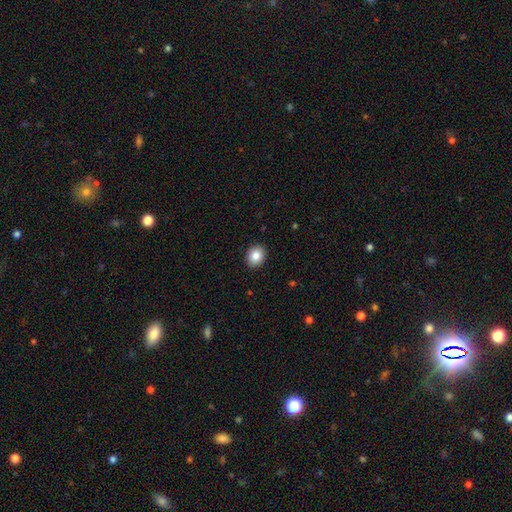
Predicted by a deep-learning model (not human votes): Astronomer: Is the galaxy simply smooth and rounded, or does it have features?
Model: smooth — 84%.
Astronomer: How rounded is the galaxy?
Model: round — 53% (runner-up: in between, 47%).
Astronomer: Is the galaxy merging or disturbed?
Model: none — 91%.